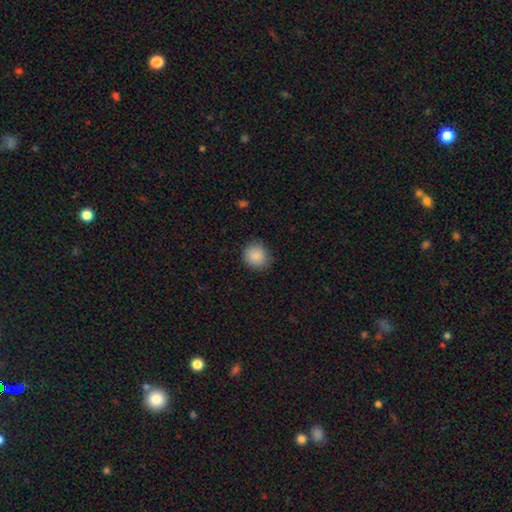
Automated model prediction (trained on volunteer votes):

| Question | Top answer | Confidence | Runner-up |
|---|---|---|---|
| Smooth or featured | smooth | 88% | star or artifact (8%) |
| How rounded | round | 86% | in between (13%) |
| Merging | none | 85% | minor disturbance (11%) |